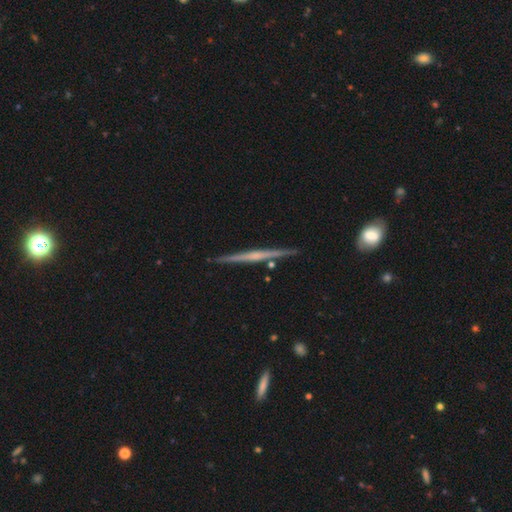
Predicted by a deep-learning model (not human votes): Smooth or featured: featured or disk — 74% (smooth — 20%)
Edge-on disk: yes — 98% (no — 2%)
Edge-on bulge: none — 45% (tied with rounded — 45%)
Merging: none — 89% (minor disturbance — 8%)